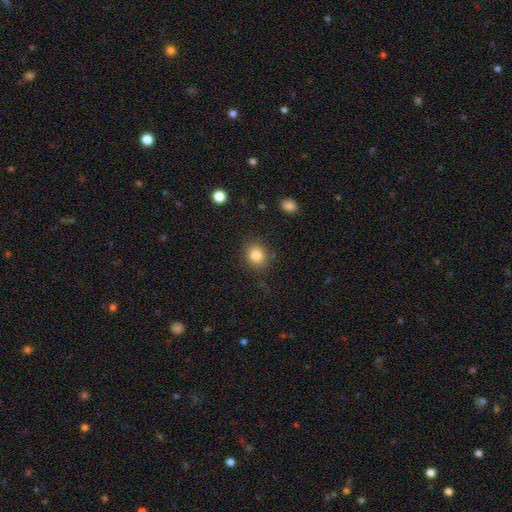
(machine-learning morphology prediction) The model was most divided on "how rounded": round: 74%, in between: 26%, cigar-shaped: 1%. More confident: merging — none (85%); smooth or featured — smooth (84%).